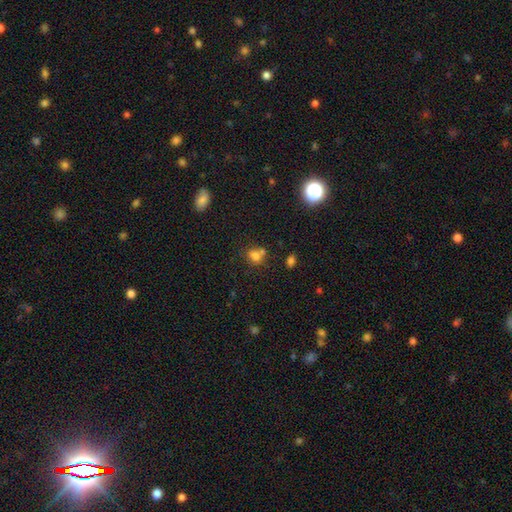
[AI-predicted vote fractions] The model was most divided on "merging": none: 49%, merger: 34%, minor disturbance: 12%, major disturbance: 4%. More confident: smooth or featured — smooth (74%); how rounded — round (64%).